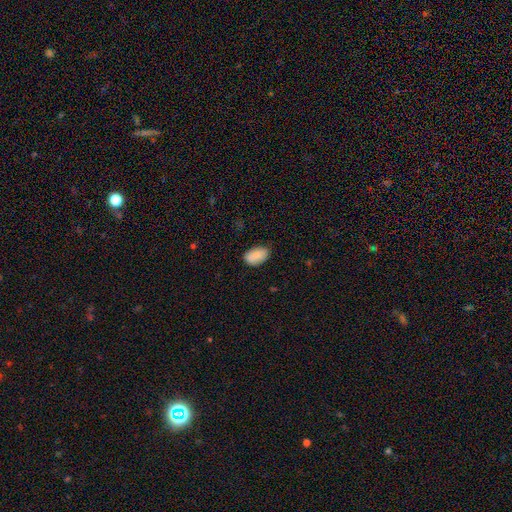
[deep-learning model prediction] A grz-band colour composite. It shows a smooth galaxy with no disk features (88%) that is in between round and cigar-shaped (92%). Merging: none (78%).